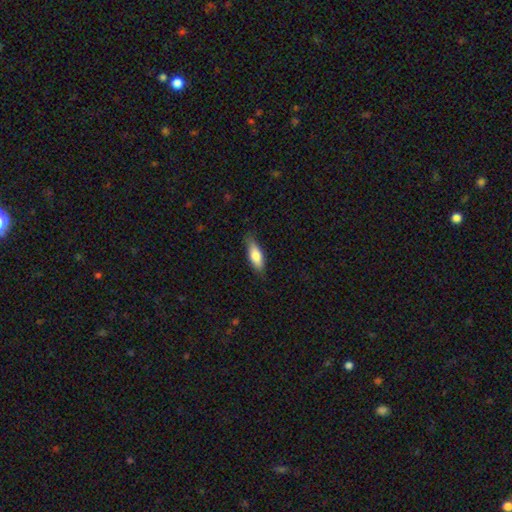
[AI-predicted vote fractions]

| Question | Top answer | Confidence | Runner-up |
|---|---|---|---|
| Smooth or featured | smooth | 77% | featured or disk (17%) |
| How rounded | in between | 67% | cigar-shaped (31%) |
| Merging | none | 77% | minor disturbance (18%) |